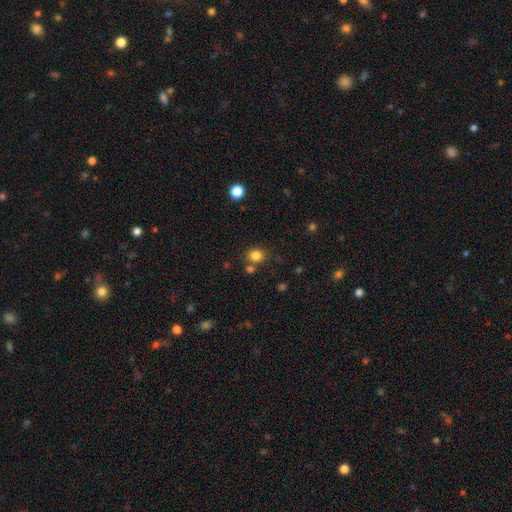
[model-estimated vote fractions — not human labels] Smooth or featured?
  - smooth: 82% *
  - star or artifact: 13%
  - featured or disk: 5%
How rounded?
  - round: 75% *
  - in between: 24%
  - cigar-shaped: 1%
Merging?
  - none: 75% *
  - merger: 12%
  - minor disturbance: 10%
  - major disturbance: 3%